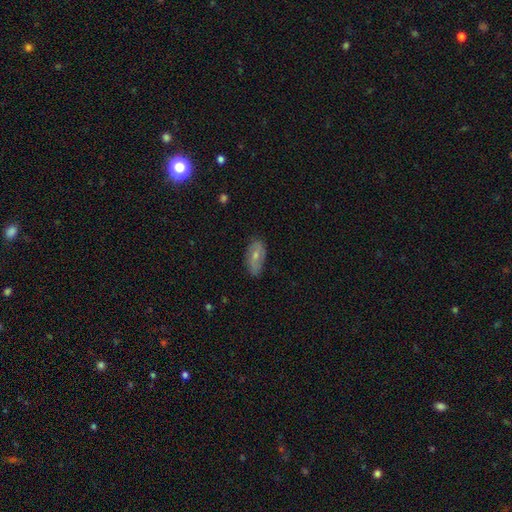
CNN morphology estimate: Smooth or featured: smooth — 52% (featured or disk — 41%)
How rounded: in between — 88% (cigar-shaped — 8%)
Merging: none — 75% (minor disturbance — 20%)